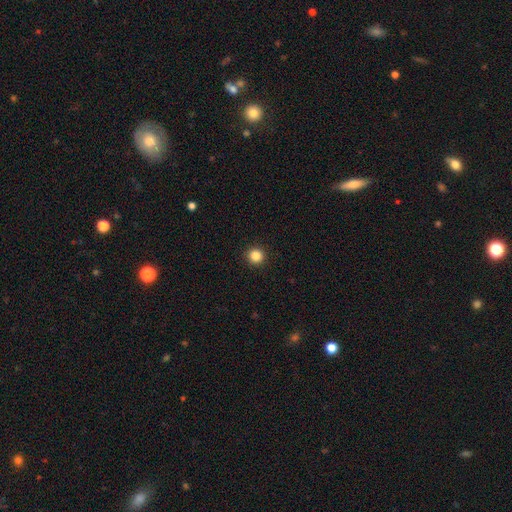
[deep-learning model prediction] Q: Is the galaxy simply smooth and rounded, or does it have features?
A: smooth — 85%.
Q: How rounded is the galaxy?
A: round — 95%.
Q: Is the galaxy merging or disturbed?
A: none — 93%.